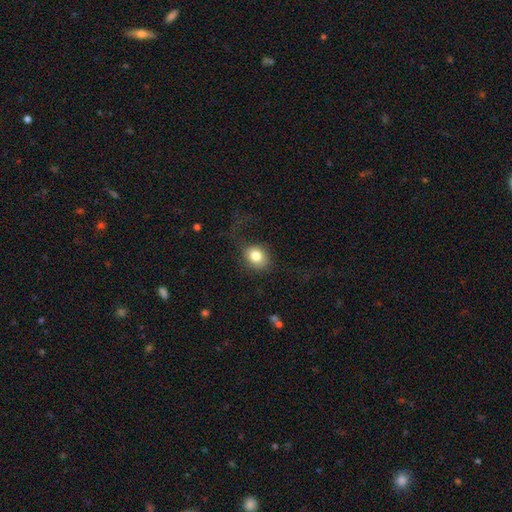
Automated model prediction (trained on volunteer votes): Overall: smooth (80%). How rounded: round (57%; in between 42%). Merging: none (63%).